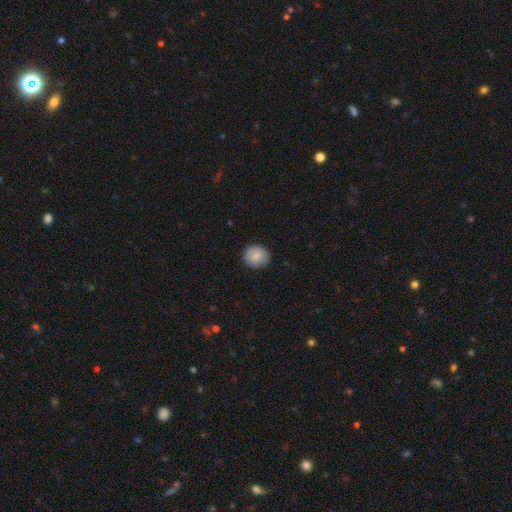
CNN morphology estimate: Smooth or featured: smooth — 83% (featured or disk — 10%)
How rounded: round — 84% (in between — 15%)
Merging: none — 87% (minor disturbance — 9%)